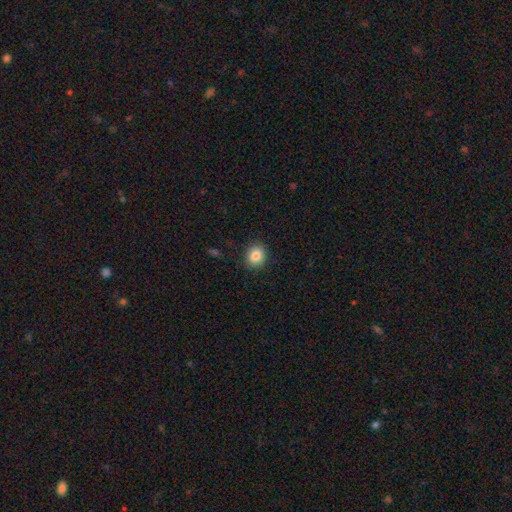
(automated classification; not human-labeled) Smooth or featured? smooth (85%)
How rounded? round (66%)
Merging? none (89%)